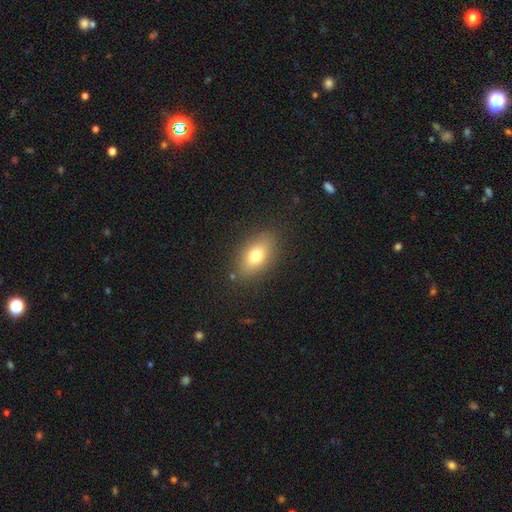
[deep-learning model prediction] Morphology: type=smooth (75%); roundness=in between (86%); merging=none (85%).